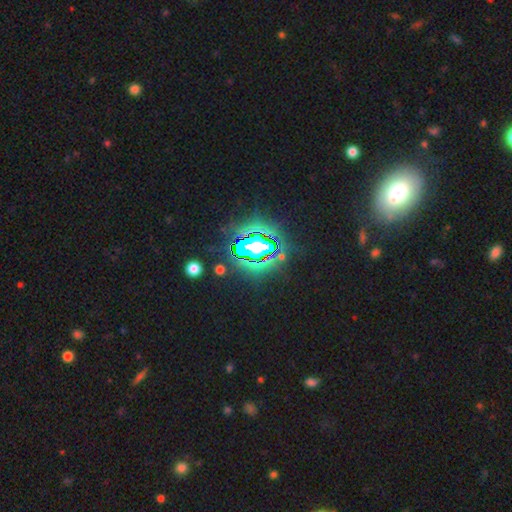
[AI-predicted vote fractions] star or artifact 82%, smooth 10%, featured or disk 8%.